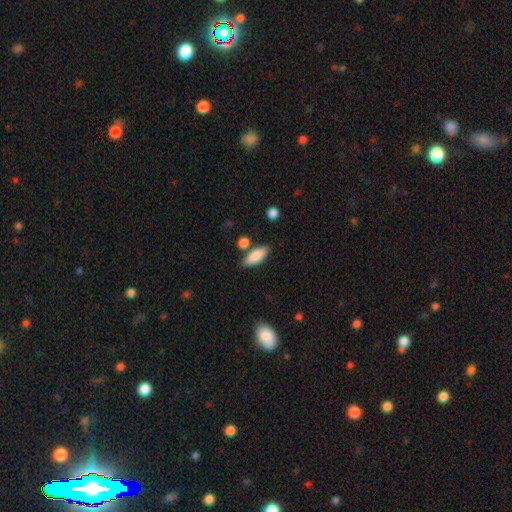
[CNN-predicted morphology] Smooth or featured? Predicted: smooth (p=0.81). How rounded? Predicted: in between (p=0.67). Merging? Predicted: none (p=0.76).